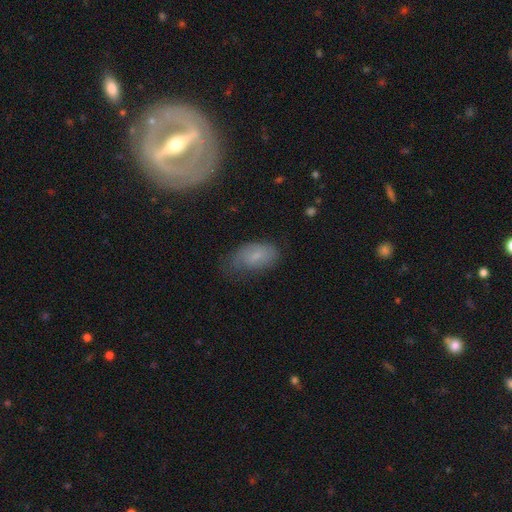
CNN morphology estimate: The model was most divided on "merging": none: 54%, minor disturbance: 31%, major disturbance: 13%, merger: 2%. More confident: how rounded — in between (92%); smooth or featured — smooth (65%).